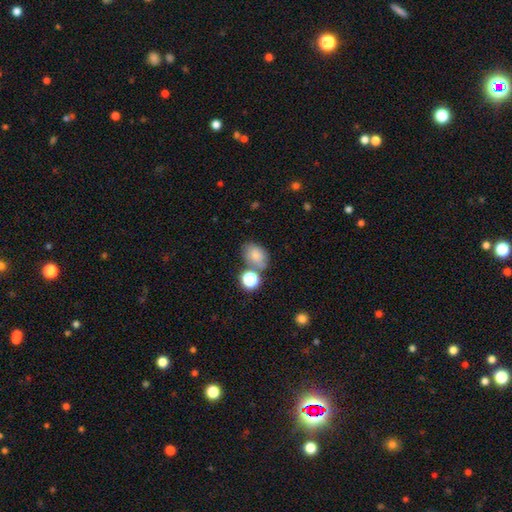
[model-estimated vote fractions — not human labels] smooth-or-featured: smooth: 78% | star or artifact: 12% | featured or disk: 10%
  how-rounded: in between: 74% | round: 25% | cigar-shaped: 1%
  merging: none: 55% | merger: 20% | minor disturbance: 18% | major disturbance: 7%